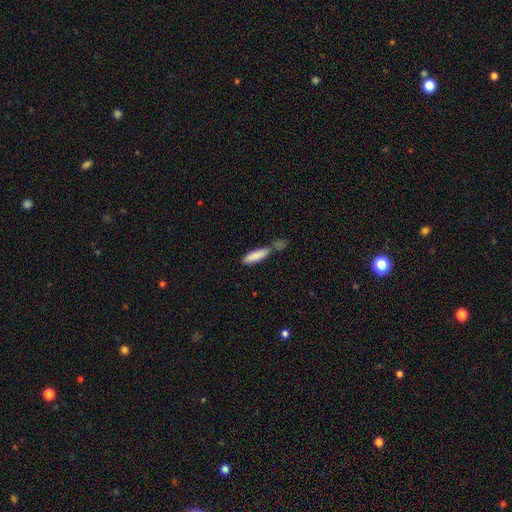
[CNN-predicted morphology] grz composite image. It shows a smooth galaxy with no disk features (84%) that is cigar-shaped (68%). Merging: none (55%).